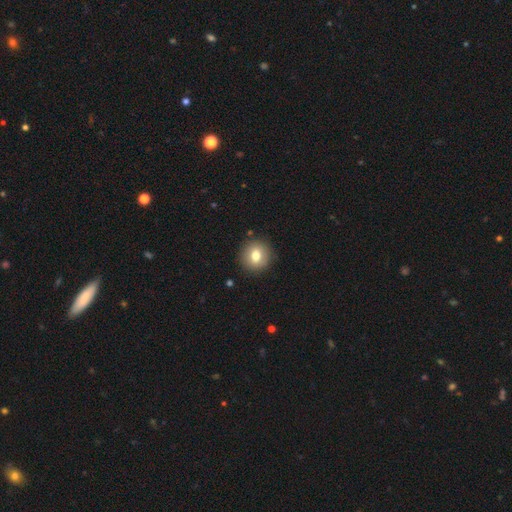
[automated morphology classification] Overall: smooth (76%). How rounded: round (86%). Merging: none (89%).